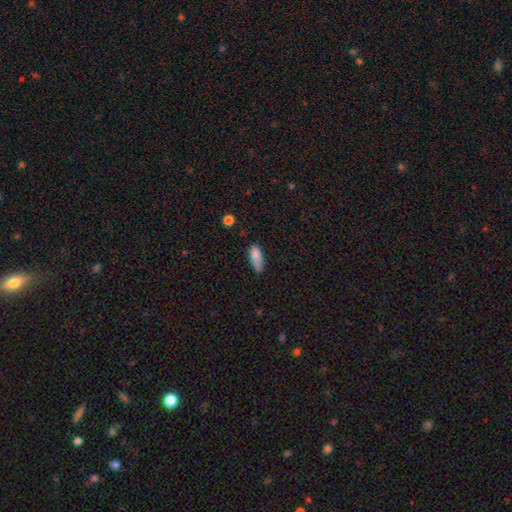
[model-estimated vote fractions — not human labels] A smooth galaxy with no disk features (84%) that is in between round and cigar-shaped (73%).

Vote fractions:
- Smooth or featured? smooth: 84% / star or artifact: 8% / featured or disk: 8%
- How rounded? in between: 73% / cigar-shaped: 25% / round: 2%
- Merging? none: 51% / minor disturbance: 36% / major disturbance: 10% / merger: 3%